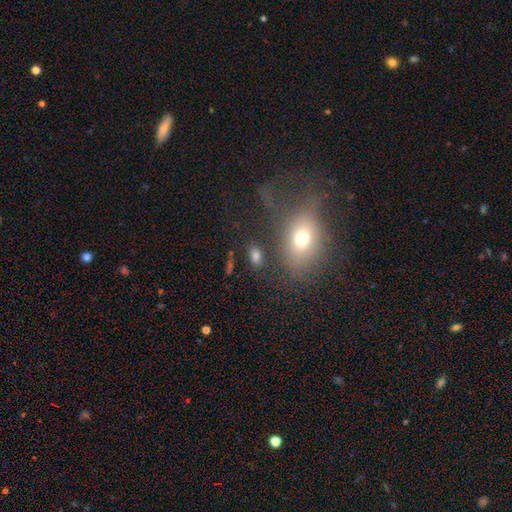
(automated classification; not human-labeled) smooth 78%, star or artifact 12%, featured or disk 10%. Down the decision tree: how rounded — in between (86%); merging — none (76%).